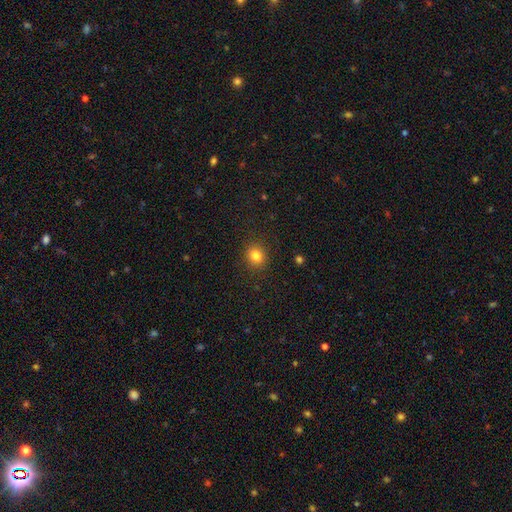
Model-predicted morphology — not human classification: Q: Smooth or featured?
A: smooth (82%); runner-up: star or artifact (12%)
Q: How rounded?
A: round (79%); runner-up: in between (20%)
Q: Merging?
A: none (90%); runner-up: minor disturbance (7%)